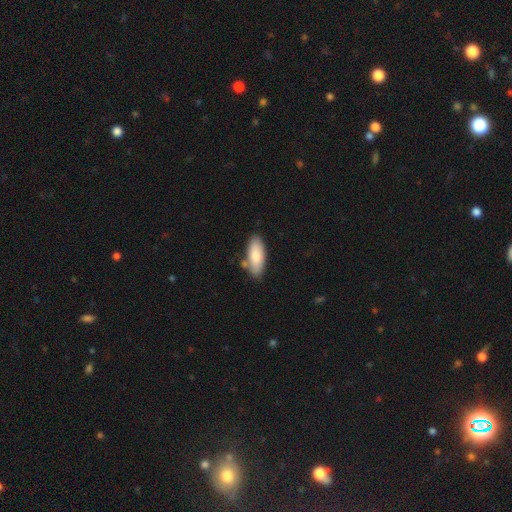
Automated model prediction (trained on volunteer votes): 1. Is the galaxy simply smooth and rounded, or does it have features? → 84% smooth, 10% featured or disk, 6% star or artifact.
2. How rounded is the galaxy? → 82% in between, 16% cigar-shaped, 2% round.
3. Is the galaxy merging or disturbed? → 74% none, 16% minor disturbance, 8% merger, 3% major disturbance.